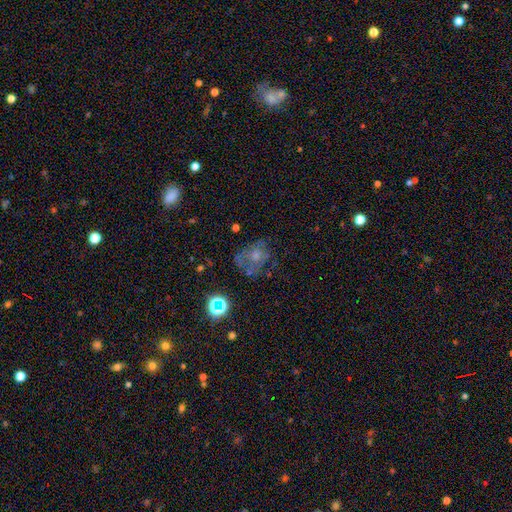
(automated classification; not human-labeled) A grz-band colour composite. It shows a featured or disk galaxy (43%). Merging: none (47%).